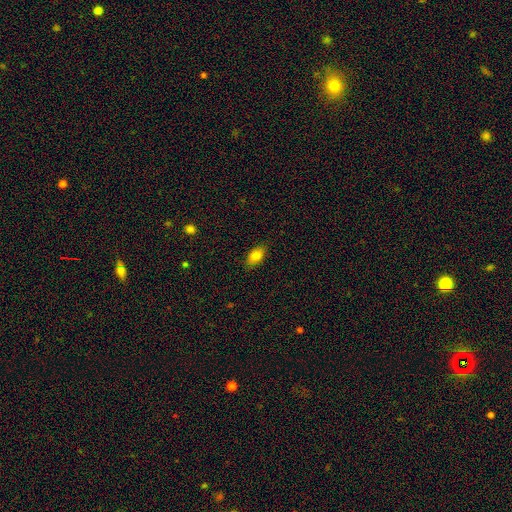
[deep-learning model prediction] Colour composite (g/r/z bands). It shows a smooth galaxy with no disk features (82%) that is in between round and cigar-shaped (90%). Merging: none (85%).